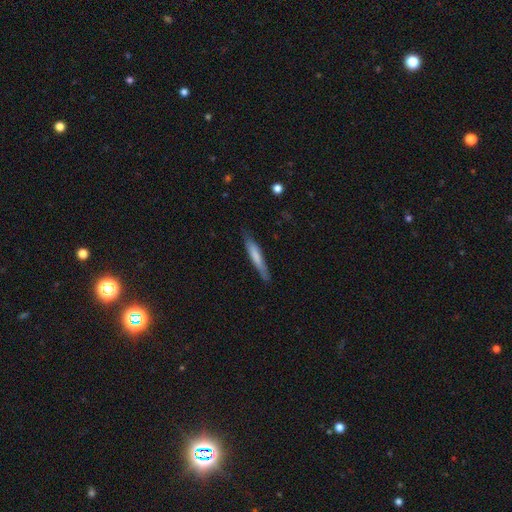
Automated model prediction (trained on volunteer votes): Smooth or featured: smooth — 67% (featured or disk — 27%)
How rounded: cigar-shaped — 93% (in between — 5%)
Merging: none — 83% (minor disturbance — 14%)